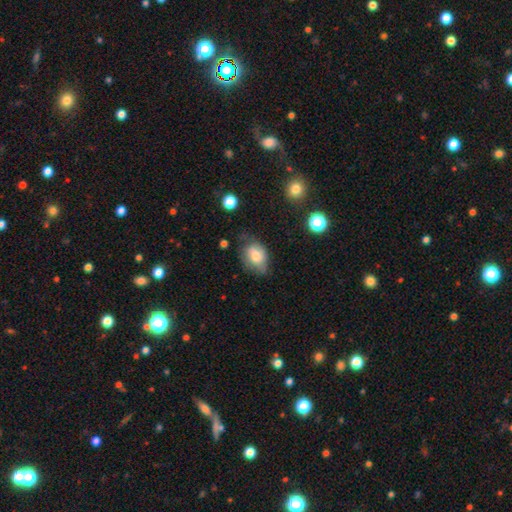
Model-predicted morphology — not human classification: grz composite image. It shows a smooth galaxy with no disk features (68%) that is in between round and cigar-shaped (74%). Merging: none (46%).